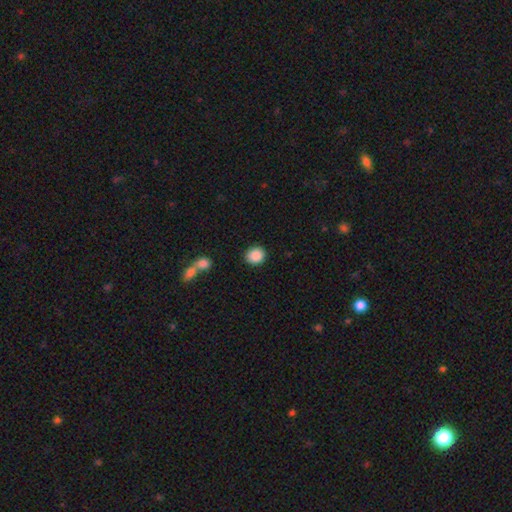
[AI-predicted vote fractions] A smooth galaxy with no disk features (89%) that is round (85%). Merging: none (87%).